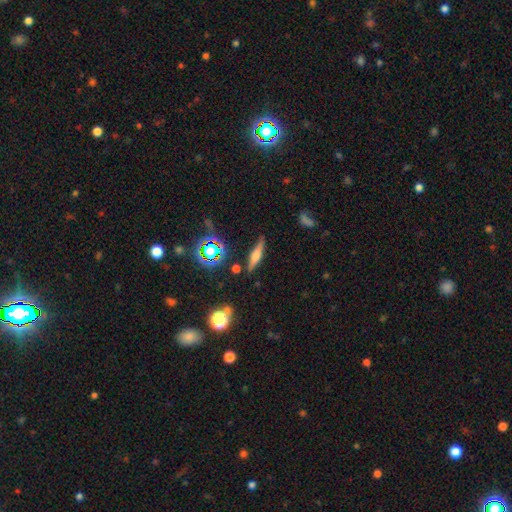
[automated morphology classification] Overall: featured or disk (47%; smooth 40%). Merging: none (83%).